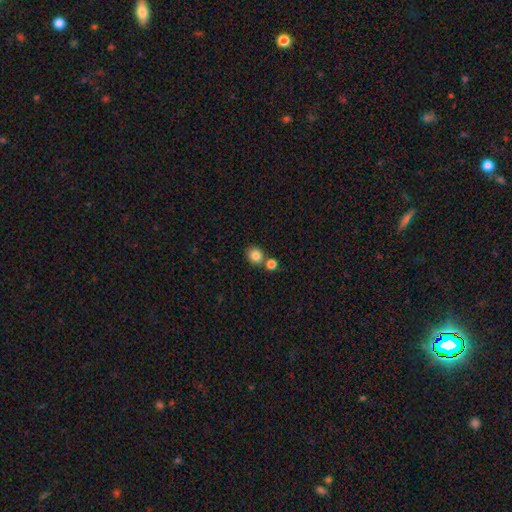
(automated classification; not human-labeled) The model was most divided on "merging": none: 63%, merger: 26%, minor disturbance: 9%, major disturbance: 3%. More confident: smooth or featured — smooth (84%); how rounded — round (73%).